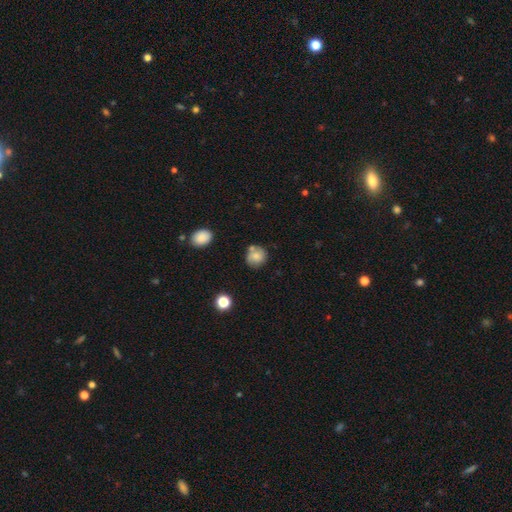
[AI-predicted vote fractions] Morphology: type=smooth (77%); roundness=round (84%); merging=none (66%).